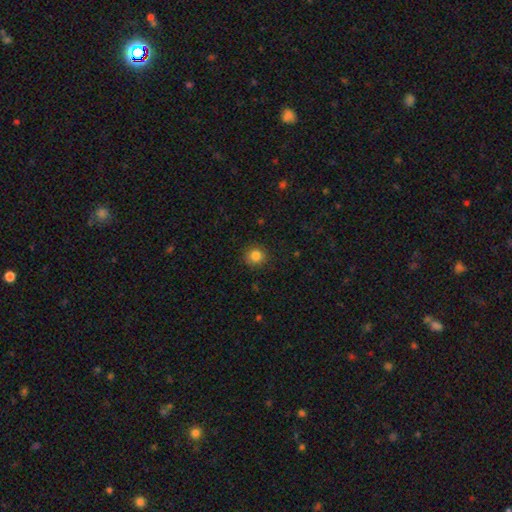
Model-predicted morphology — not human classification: type=smooth (83%); roundness=round (91%); merging=none (90%).